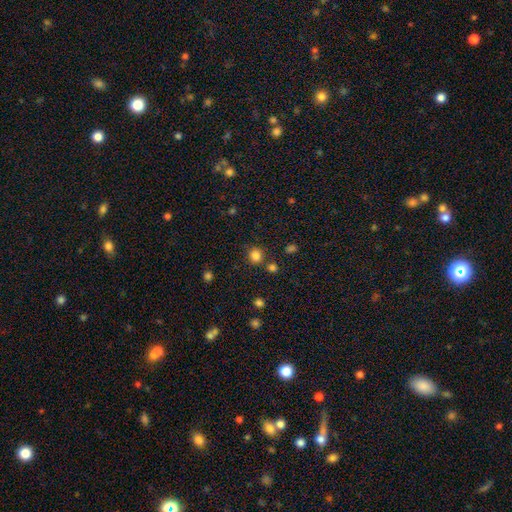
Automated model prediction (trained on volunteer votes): A smooth galaxy with no disk features (83%) that is round (87%).

Vote fractions:
- Smooth or featured? smooth: 83% / star or artifact: 13% / featured or disk: 4%
- How rounded? round: 87% / in between: 12% / cigar-shaped: 1%
- Merging? none: 80% / minor disturbance: 9% / merger: 8% / major disturbance: 4%